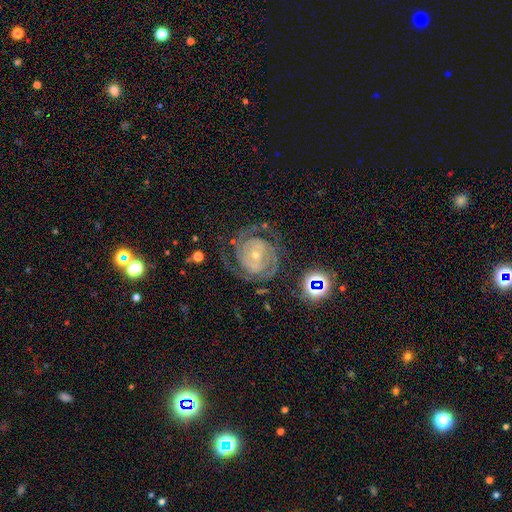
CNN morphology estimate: A featured or disk galaxy (87%) with no bar (61%), 2 (51%) tight (69%) spiral arms (97%) and a small central bulge (74%). Merging: none (70%).